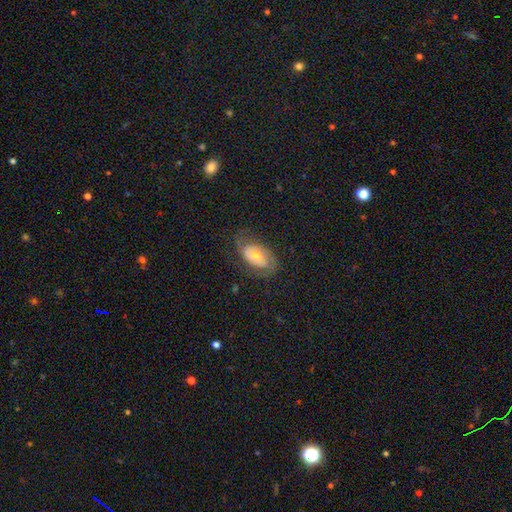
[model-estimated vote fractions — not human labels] Smooth or featured? featured or disk (63%)
Edge-on disk? no (94%)
Bar? no (60%)
Spiral arms? yes (79%)
Bulge size? moderate (58%)
Merging? none (66%)